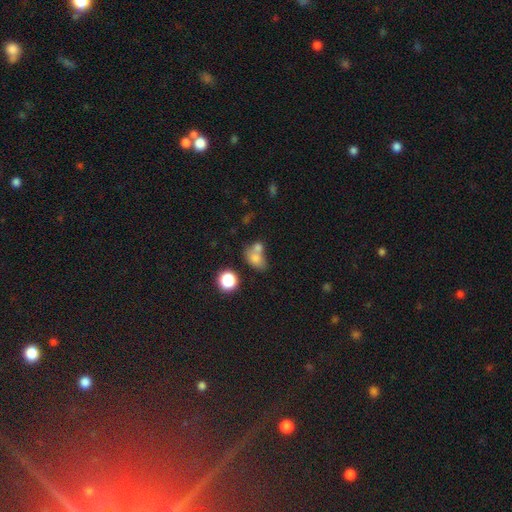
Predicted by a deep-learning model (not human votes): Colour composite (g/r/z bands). It shows a smooth galaxy with no disk features (73%) that is in between round and cigar-shaped (65%). Merging: merger (52%).